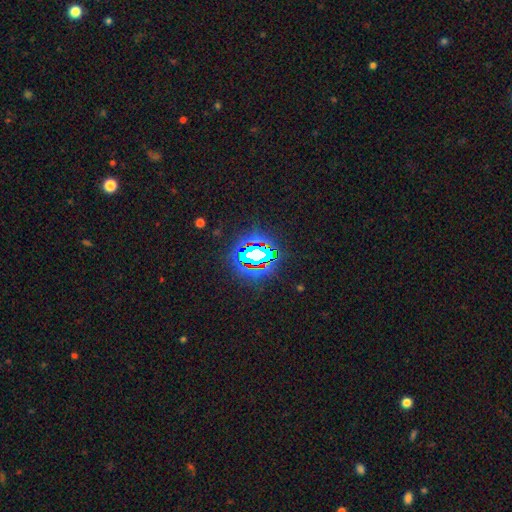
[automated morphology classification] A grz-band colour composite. It shows a star or artifact, not a galaxy (70%).